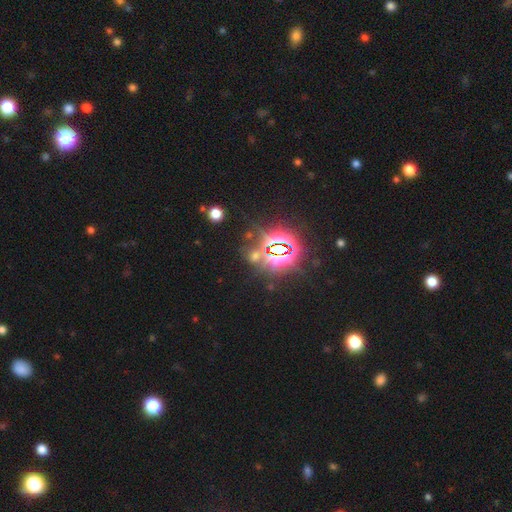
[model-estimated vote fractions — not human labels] Smooth or featured: star or artifact — 71% (smooth — 21%)